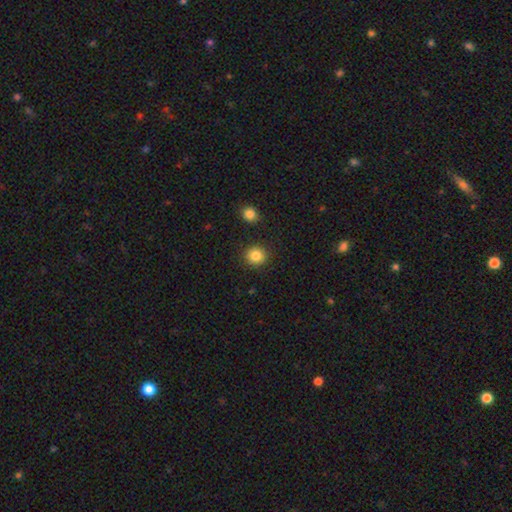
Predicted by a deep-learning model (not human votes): This appears to be a smooth galaxy with no disk features (85%) that is round (87%). Merging: none (89%).